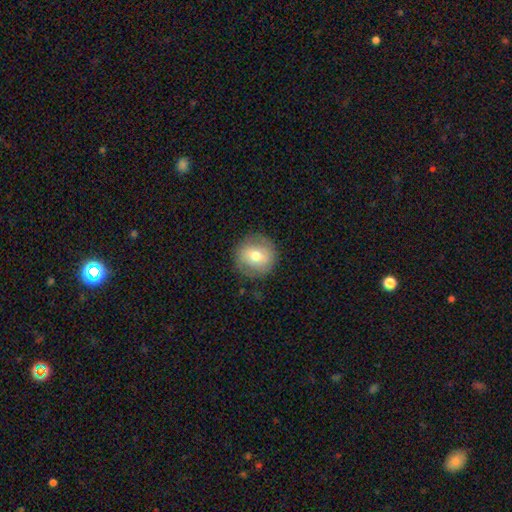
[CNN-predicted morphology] smooth 64%, featured or disk 27%, star or artifact 8%. Down the decision tree: how rounded — round (92%); merging — none (84%).